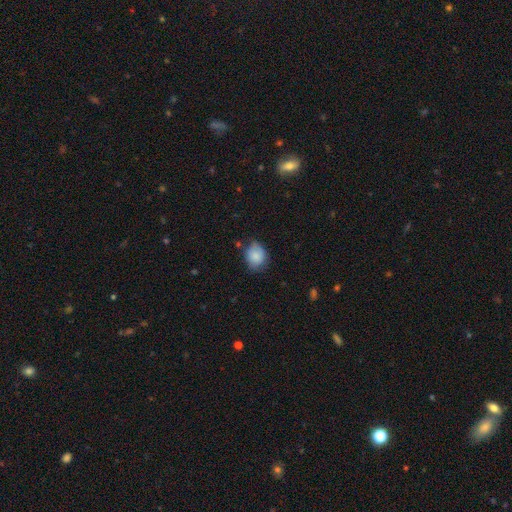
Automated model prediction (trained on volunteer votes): A smooth galaxy with no disk features (83%) that is round (52%). Merging: none (63%).